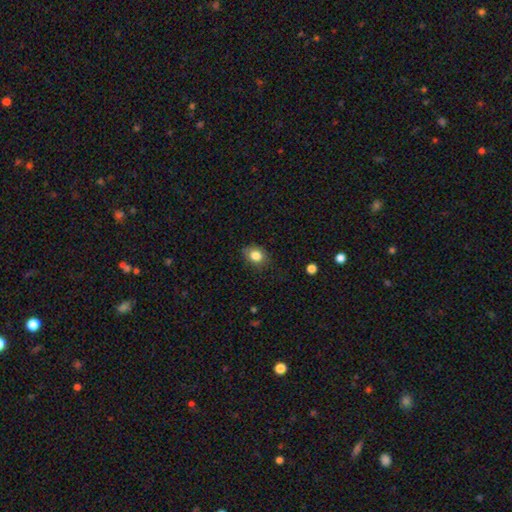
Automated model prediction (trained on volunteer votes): This appears to be a smooth galaxy with no disk features (83%) that is in between round and cigar-shaped (52%). Merging: none (77%).